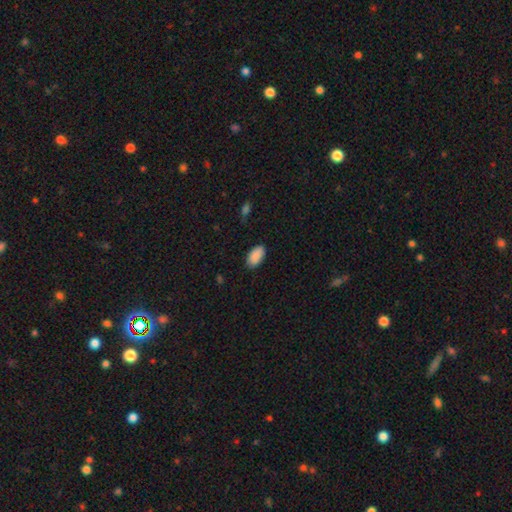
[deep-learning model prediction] Morphology: type=smooth (90%); roundness=in between (95%); merging=none (85%).